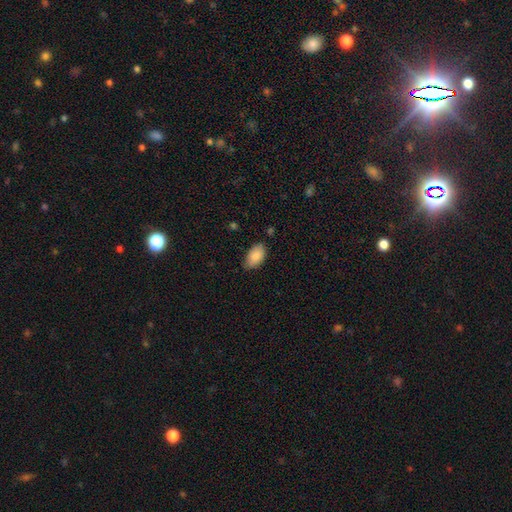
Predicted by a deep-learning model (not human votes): Smooth or featured? Predicted: smooth (p=0.87). How rounded? Predicted: in between (p=0.94). Merging? Predicted: none (p=0.71).